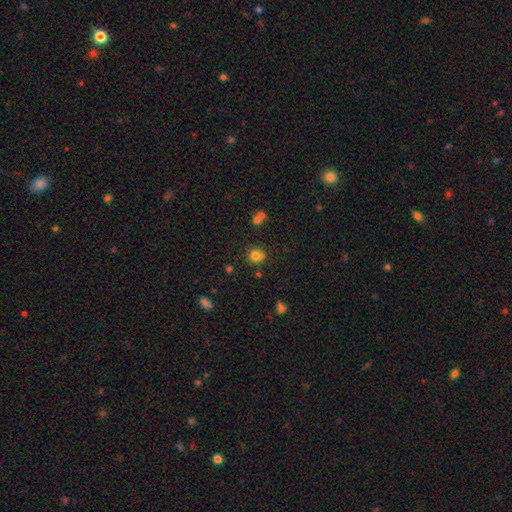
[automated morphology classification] Smooth or featured? smooth (77%)
How rounded? round (86%)
Merging? none (70%)